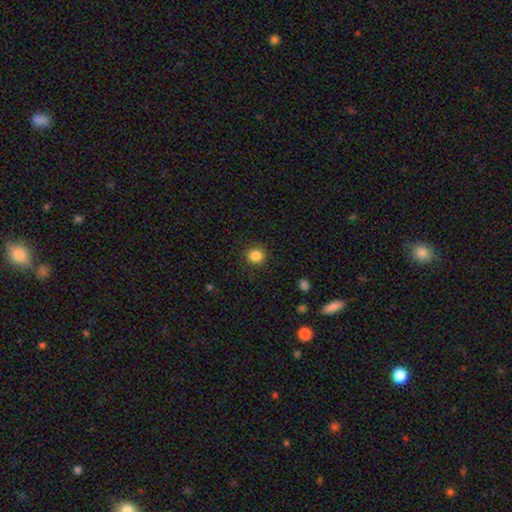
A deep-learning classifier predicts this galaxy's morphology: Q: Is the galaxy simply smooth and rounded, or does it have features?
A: smooth — 85%.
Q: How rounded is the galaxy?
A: round — 90%.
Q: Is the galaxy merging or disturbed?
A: none — 89%.